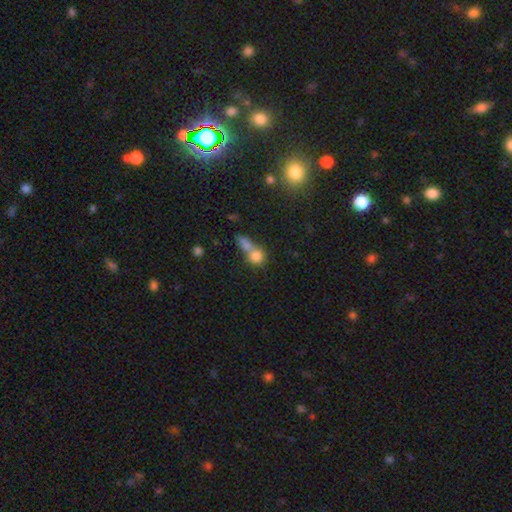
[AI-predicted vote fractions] This is likely a smooth galaxy (77%). How rounded: likely round (70%). Merging: likely merger (60%).